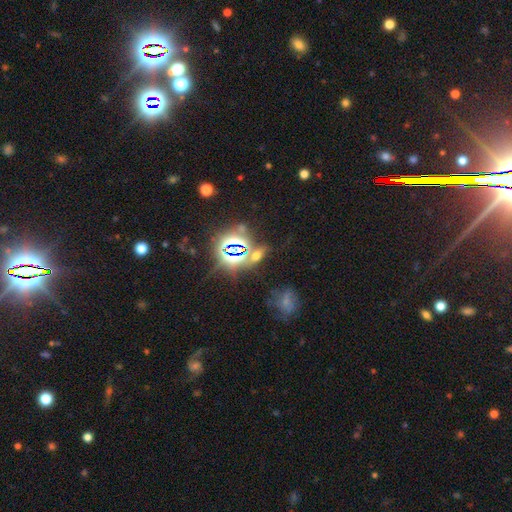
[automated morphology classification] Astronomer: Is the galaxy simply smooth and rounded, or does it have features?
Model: star or artifact — 60%.